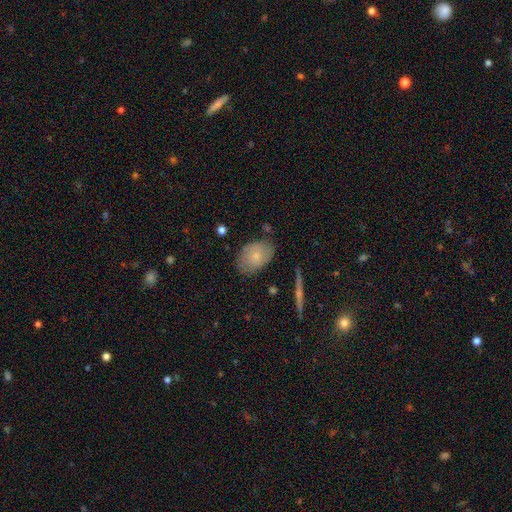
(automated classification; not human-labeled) Smooth or featured?
  - smooth: 70% *
  - featured or disk: 24%
  - star or artifact: 7%
How rounded?
  - in between: 85% *
  - round: 14%
  - cigar-shaped: 1%
Merging?
  - none: 73% *
  - minor disturbance: 20%
  - major disturbance: 4%
  - merger: 2%